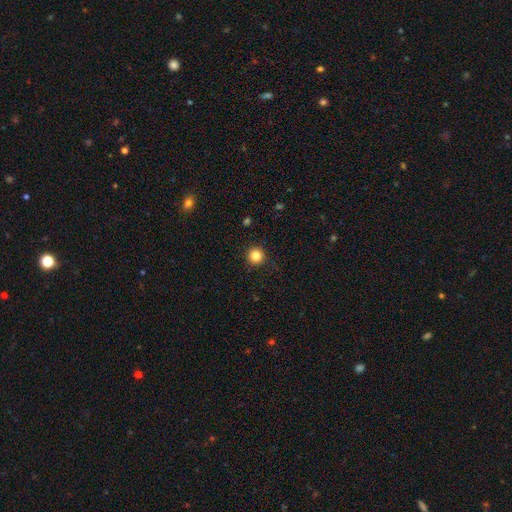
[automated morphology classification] smooth-or-featured: smooth: 85% | star or artifact: 11% | featured or disk: 4%
  how-rounded: round: 95% | in between: 4% | cigar-shaped: 1%
  merging: none: 92% | minor disturbance: 5% | major disturbance: 2% | merger: 1%